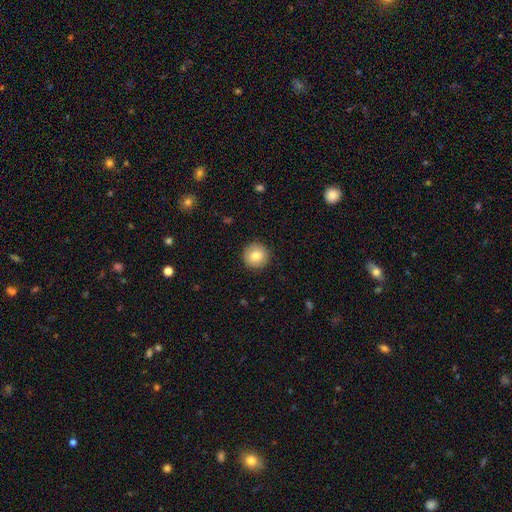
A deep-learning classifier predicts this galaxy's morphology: Overall: smooth (83%). How rounded: round (95%). Merging: none (92%).